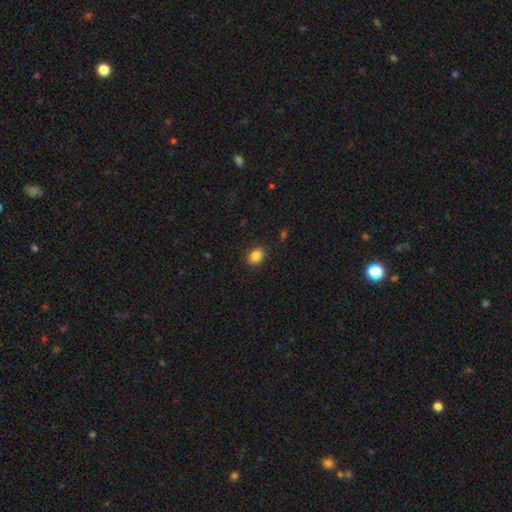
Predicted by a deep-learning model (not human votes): Smooth or featured?
  - smooth: 86% *
  - star or artifact: 9%
  - featured or disk: 5%
How rounded?
  - in between: 68% *
  - round: 31%
  - cigar-shaped: 1%
Merging?
  - none: 88% *
  - minor disturbance: 8%
  - major disturbance: 2%
  - merger: 1%